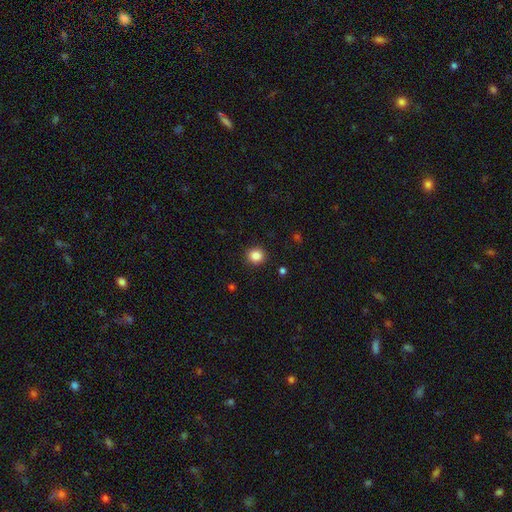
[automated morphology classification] Q: Smooth or featured?
A: smooth (86%); runner-up: star or artifact (11%)
Q: How rounded?
A: round (90%); runner-up: in between (9%)
Q: Merging?
A: none (92%); runner-up: minor disturbance (5%)